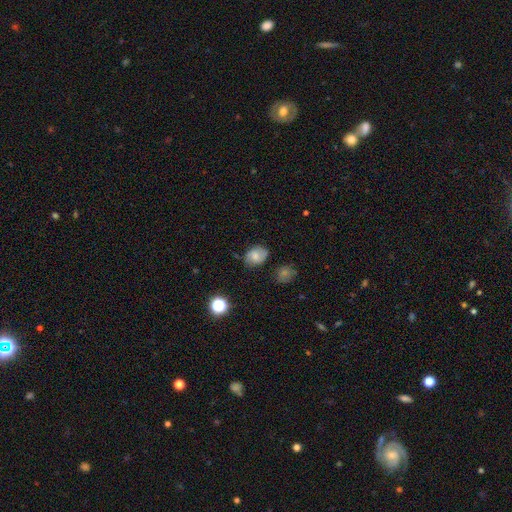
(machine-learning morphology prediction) This appears to be a smooth galaxy with no disk features (66%) that is in between round and cigar-shaped (58%). Merging: none (70%).